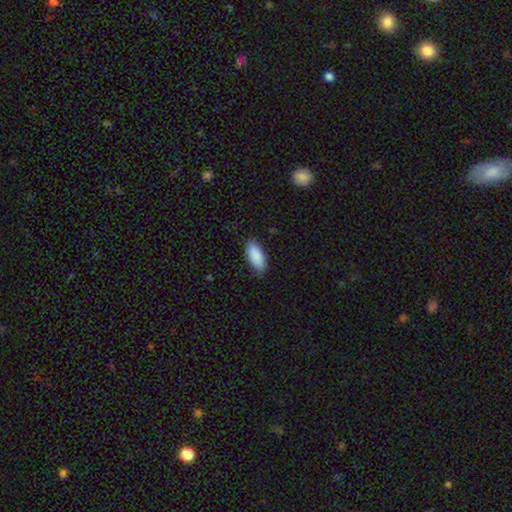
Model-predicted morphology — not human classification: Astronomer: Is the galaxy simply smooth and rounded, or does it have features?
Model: smooth — 90%.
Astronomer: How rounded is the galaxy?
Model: in between — 89%.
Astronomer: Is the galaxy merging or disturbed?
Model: none — 82%.